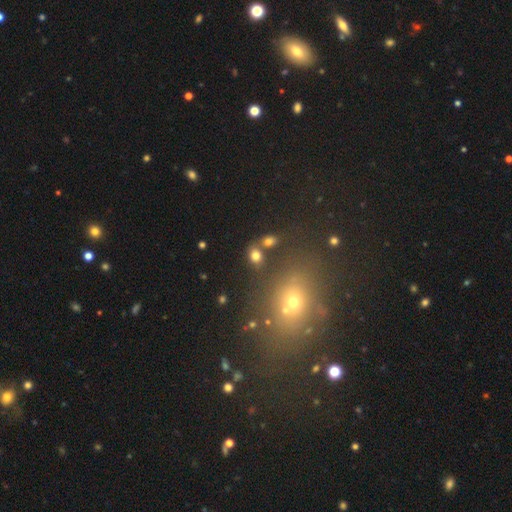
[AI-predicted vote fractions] smooth_or_featured: smooth (p=0.75) [alt: star or artifact p=0.16]
how_rounded: in between (p=0.58) [alt: round p=0.40]
merging: none (p=0.68) [alt: merger p=0.16]